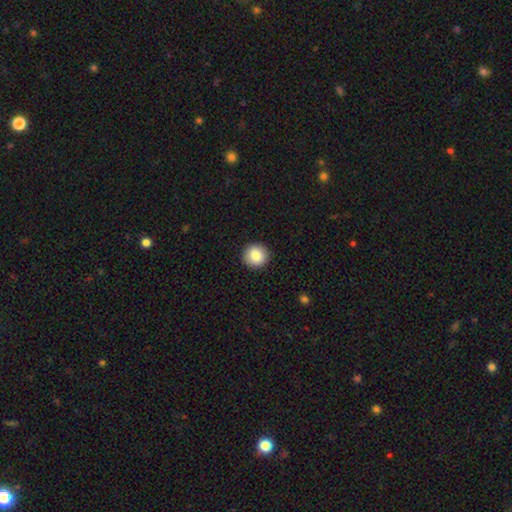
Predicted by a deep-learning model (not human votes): Overall: smooth (86%). How rounded: round (93%). Merging: none (92%).